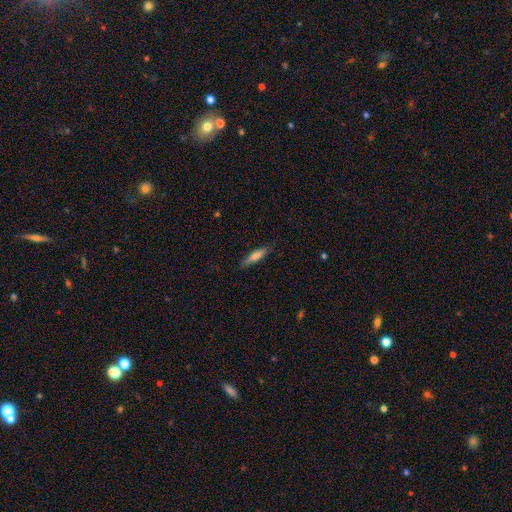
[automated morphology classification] Smooth or featured? Predicted: smooth (p=0.66). How rounded? Predicted: cigar-shaped (p=0.83). Merging? Predicted: none (p=0.84).